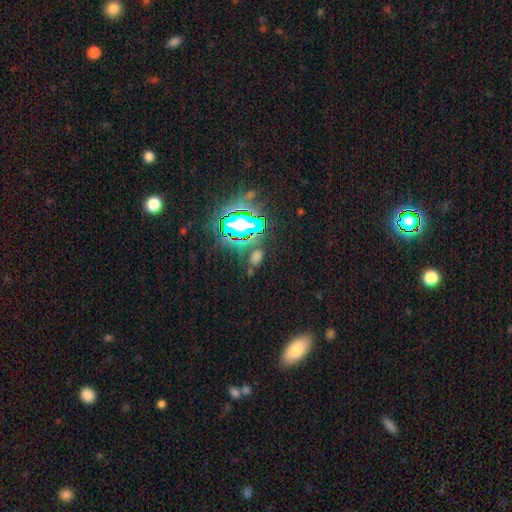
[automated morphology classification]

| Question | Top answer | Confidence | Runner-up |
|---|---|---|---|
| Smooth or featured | star or artifact | 49% | smooth (39%) |